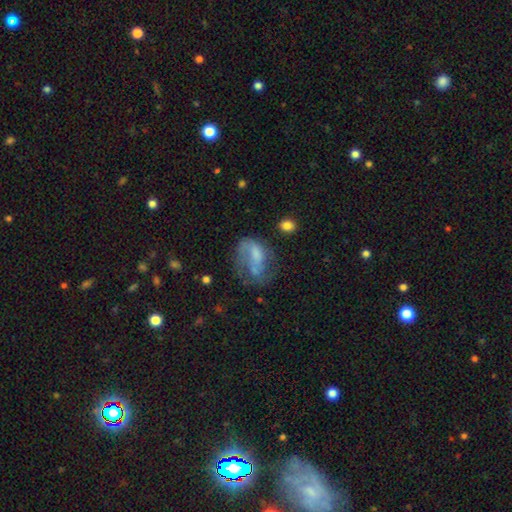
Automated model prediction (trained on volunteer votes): A featured or disk galaxy (50%). Merging: major disturbance (37%).